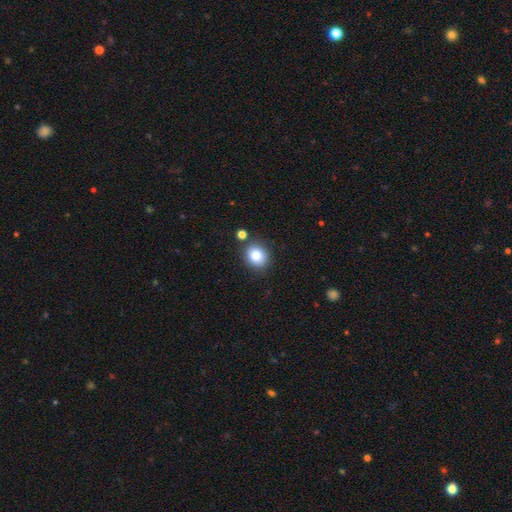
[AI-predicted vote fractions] smooth-or-featured: smooth: 84% | star or artifact: 10% | featured or disk: 6%
  how-rounded: round: 70% | in between: 29% | cigar-shaped: 1%
  merging: none: 80% | minor disturbance: 10% | merger: 7% | major disturbance: 3%